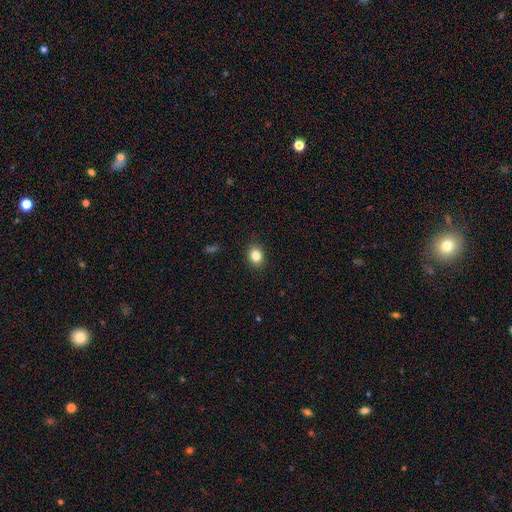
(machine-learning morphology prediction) Q: Smooth or featured?
A: smooth (83%); runner-up: star or artifact (11%)
Q: How rounded?
A: in between (50%); runner-up: round (49%)
Q: Merging?
A: none (89%); runner-up: minor disturbance (8%)